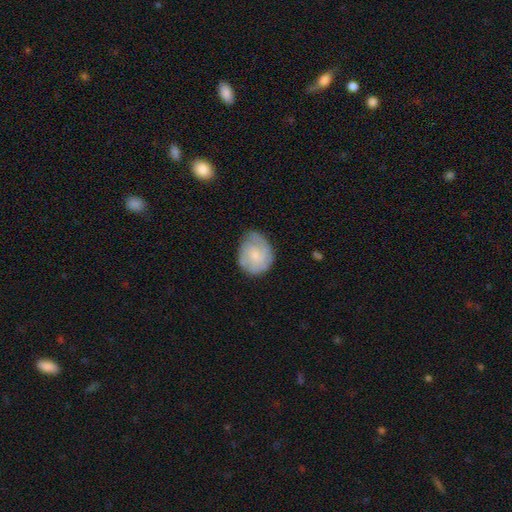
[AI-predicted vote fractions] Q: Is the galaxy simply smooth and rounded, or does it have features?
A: featured or disk — 48%.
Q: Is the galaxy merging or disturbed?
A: none — 66%.